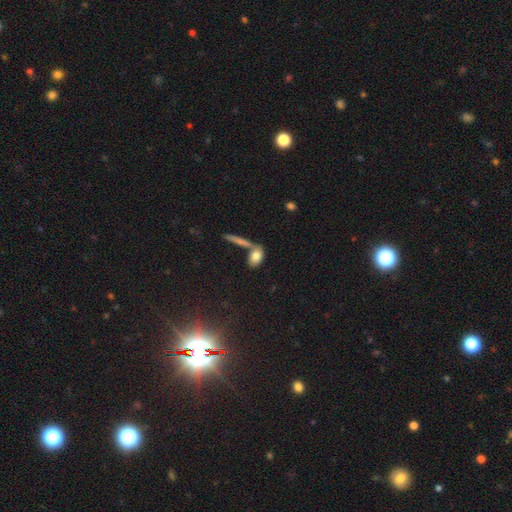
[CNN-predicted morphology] smooth-or-featured: smooth: 76% | featured or disk: 15% | star or artifact: 8%
  how-rounded: in between: 77% | cigar-shaped: 14% | round: 10%
  merging: none: 51% | merger: 31% | minor disturbance: 12% | major disturbance: 6%